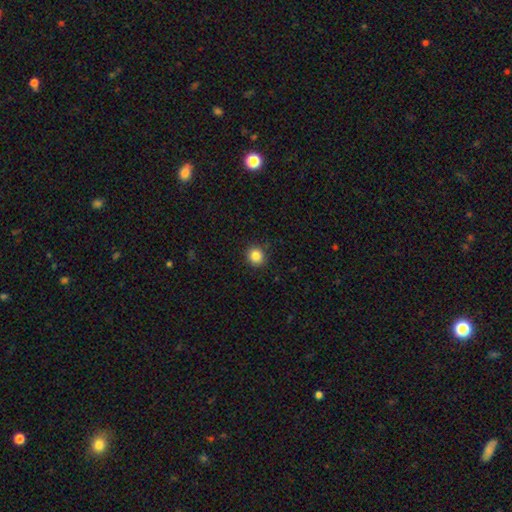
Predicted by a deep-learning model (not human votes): smooth-or-featured: smooth: 85% | star or artifact: 10% | featured or disk: 4%
  how-rounded: round: 87% | in between: 12% | cigar-shaped: 1%
  merging: none: 89% | minor disturbance: 7% | major disturbance: 2% | merger: 1%